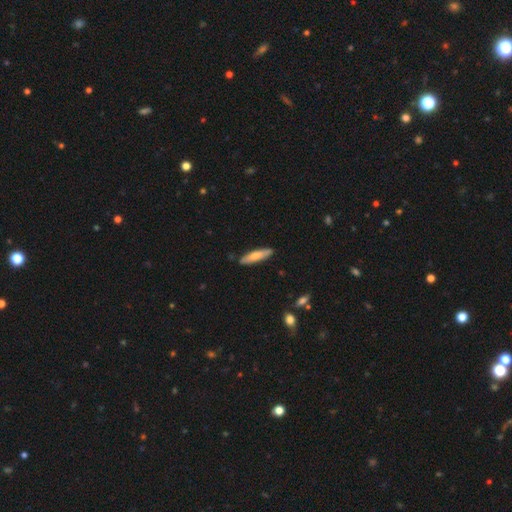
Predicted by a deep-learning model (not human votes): This appears to be a smooth galaxy with no disk features (70%) that is cigar-shaped (81%). Merging: none (87%).